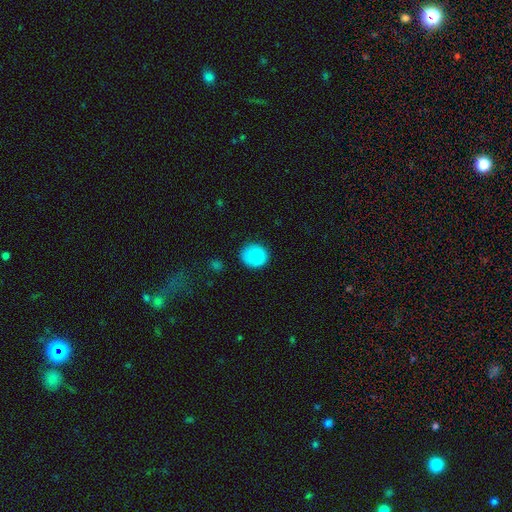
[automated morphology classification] Smooth or featured? smooth (85%)
How rounded? round (84%)
Merging? none (86%)